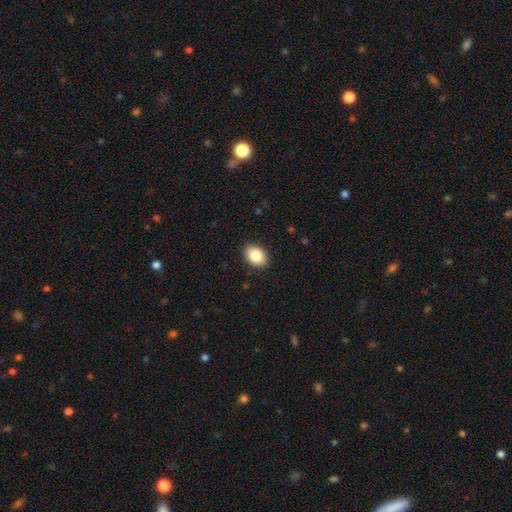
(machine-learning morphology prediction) This appears to be a smooth galaxy with no disk features (85%) that is in between round and cigar-shaped (75%). Merging: none (90%).